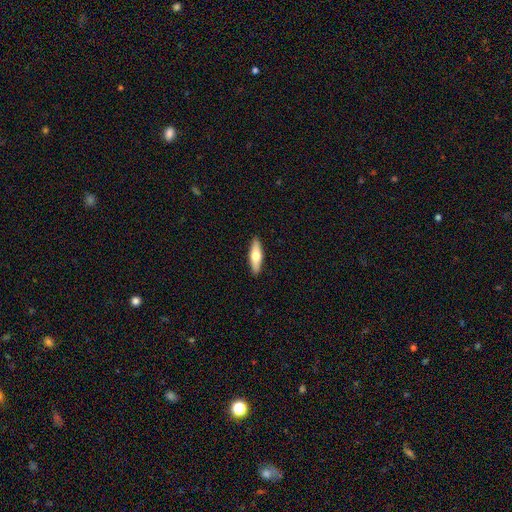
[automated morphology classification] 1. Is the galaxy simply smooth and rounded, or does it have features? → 59% smooth, 36% featured or disk, 5% star or artifact.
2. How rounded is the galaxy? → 54% cigar-shaped, 43% in between, 2% round.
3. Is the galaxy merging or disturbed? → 91% none, 7% minor disturbance, 1% major disturbance, 1% merger.